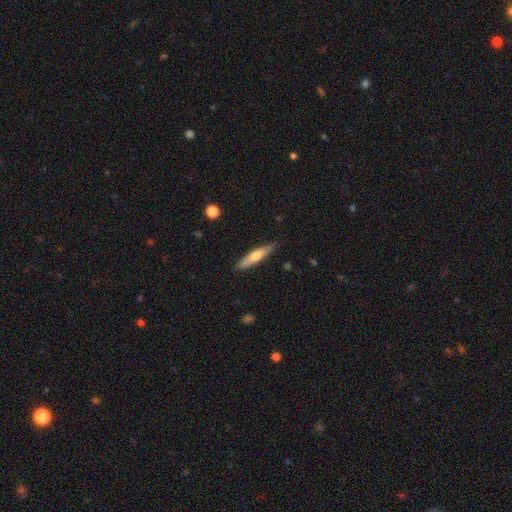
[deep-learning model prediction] This is likely a smooth galaxy (60%). How rounded: clearly cigar-shaped (84%). Merging: clearly none (85%).